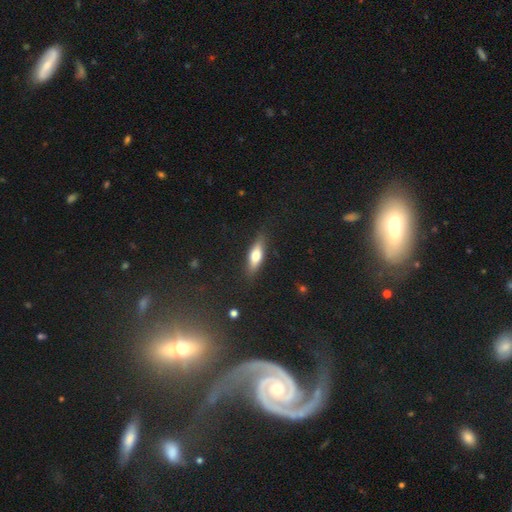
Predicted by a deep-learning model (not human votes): smooth 62%, featured or disk 31%, star or artifact 7%. Down the decision tree: how rounded — cigar-shaped (50%); merging — none (84%).